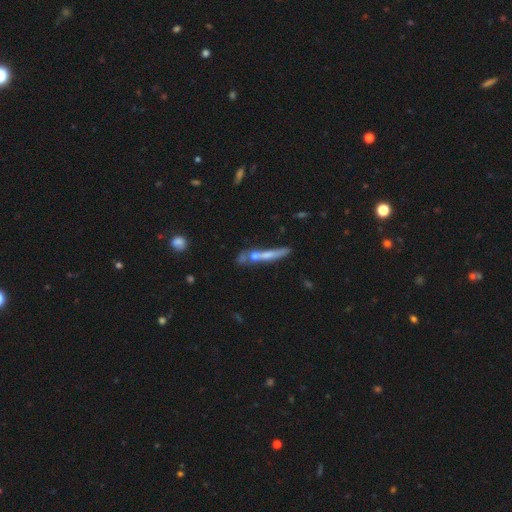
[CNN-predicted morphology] A featured or disk galaxy (42%). Merging: none (63%).